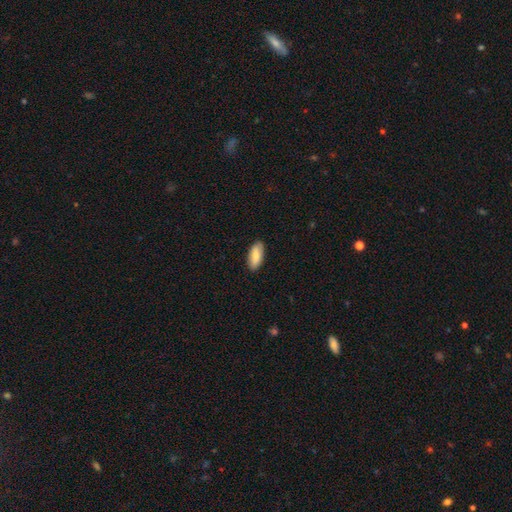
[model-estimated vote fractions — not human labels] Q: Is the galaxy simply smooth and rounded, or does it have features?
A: smooth — 78%.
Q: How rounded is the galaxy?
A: in between — 86%.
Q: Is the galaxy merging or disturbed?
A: none — 88%.